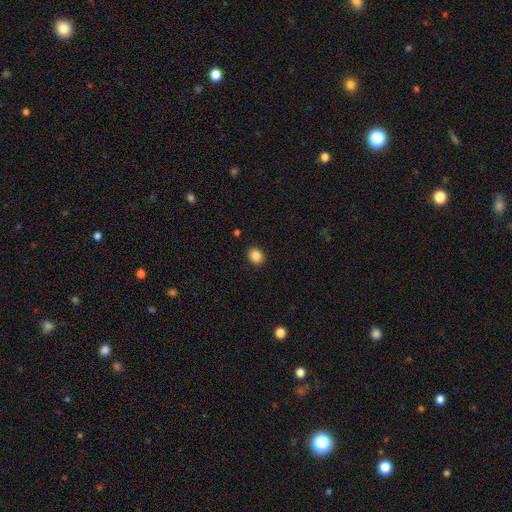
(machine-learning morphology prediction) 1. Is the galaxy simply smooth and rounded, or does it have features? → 87% smooth, 9% star or artifact, 4% featured or disk.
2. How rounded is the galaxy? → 53% in between, 46% round, 1% cigar-shaped.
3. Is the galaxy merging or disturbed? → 90% none, 7% minor disturbance, 2% major disturbance, 1% merger.